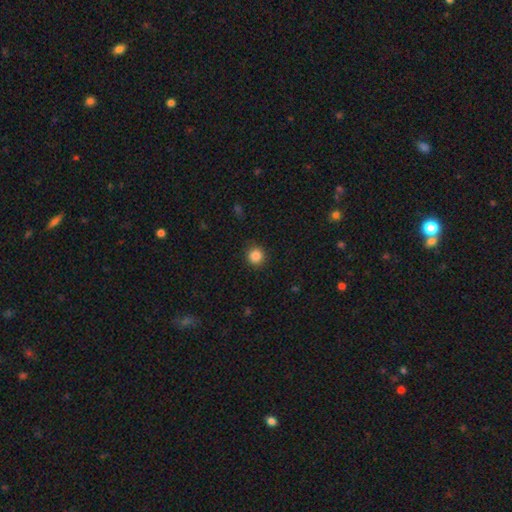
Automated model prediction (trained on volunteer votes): Q: Smooth or featured?
A: smooth (86%); runner-up: star or artifact (10%)
Q: How rounded?
A: round (94%); runner-up: in between (5%)
Q: Merging?
A: none (91%); runner-up: minor disturbance (6%)